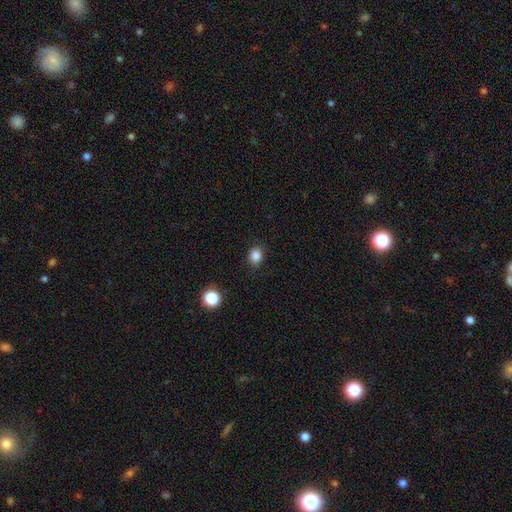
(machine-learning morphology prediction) Smooth or featured?
  - smooth: 84% *
  - star or artifact: 12%
  - featured or disk: 4%
How rounded?
  - round: 61% *
  - in between: 38%
  - cigar-shaped: 1%
Merging?
  - none: 86% *
  - minor disturbance: 10%
  - major disturbance: 2%
  - merger: 1%